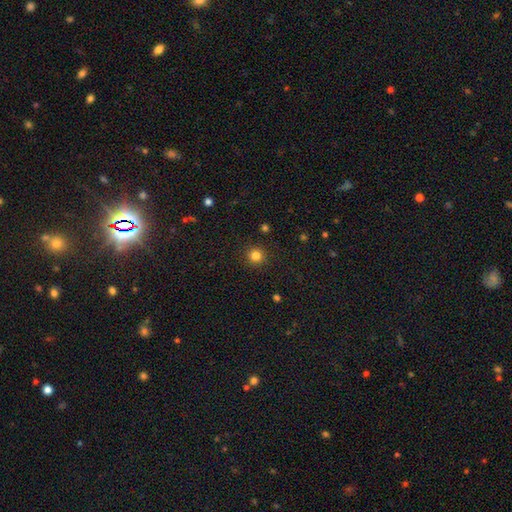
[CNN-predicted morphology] Smooth or featured? smooth (83%)
How rounded? round (94%)
Merging? none (92%)